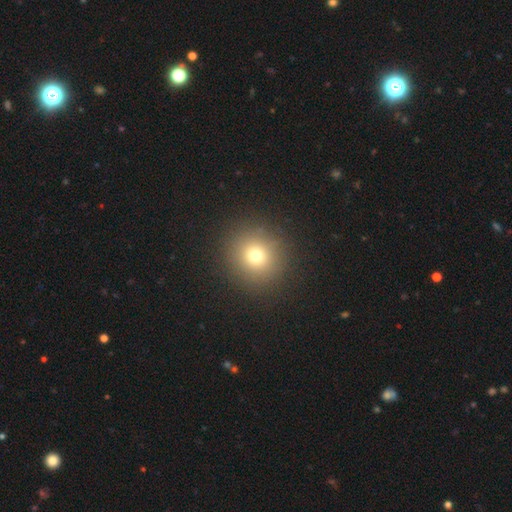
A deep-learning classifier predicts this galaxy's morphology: smooth-or-featured: smooth: 74% | star or artifact: 17% | featured or disk: 9%
  how-rounded: round: 92% | in between: 7% | cigar-shaped: 1%
  merging: none: 91% | minor disturbance: 5% | major disturbance: 3% | merger: 1%